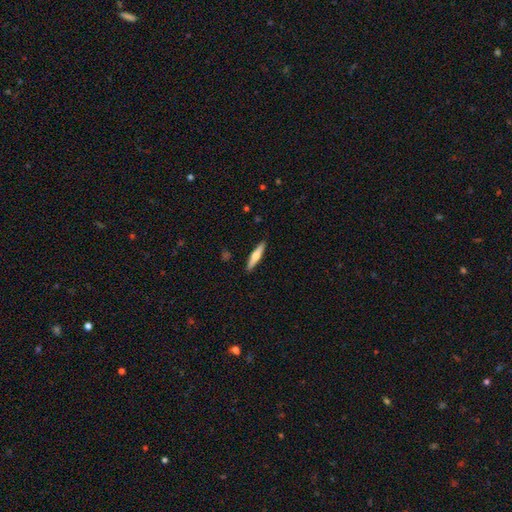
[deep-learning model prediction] smooth-or-featured: featured or disk: 51% | smooth: 43% | star or artifact: 5%
  disk-edge-on: yes: 96% | no: 4%
  merging: none: 91% | minor disturbance: 6% | major disturbance: 1% | merger: 1%